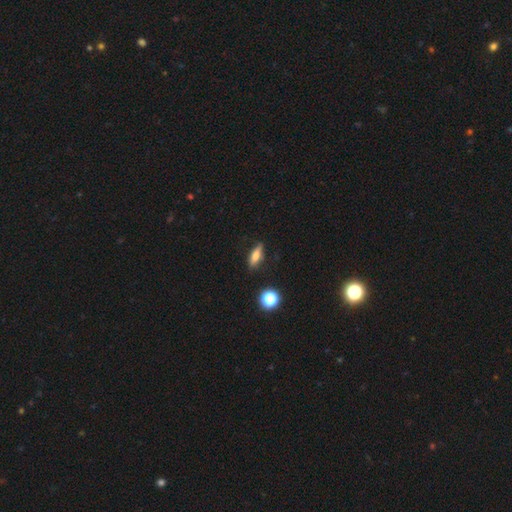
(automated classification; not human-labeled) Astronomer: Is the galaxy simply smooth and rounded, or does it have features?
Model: smooth — 59%.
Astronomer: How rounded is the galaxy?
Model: cigar-shaped — 49% (runner-up: in between, 44%).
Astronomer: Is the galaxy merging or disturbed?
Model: none — 84%.